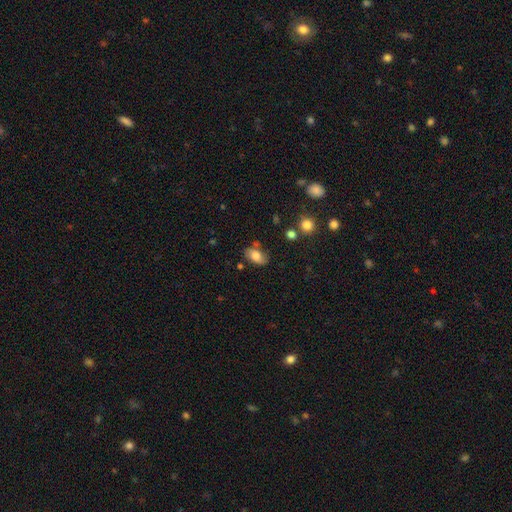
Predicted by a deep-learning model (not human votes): A smooth galaxy with no disk features (76%) that is in between round and cigar-shaped (90%). Merging: none (68%).